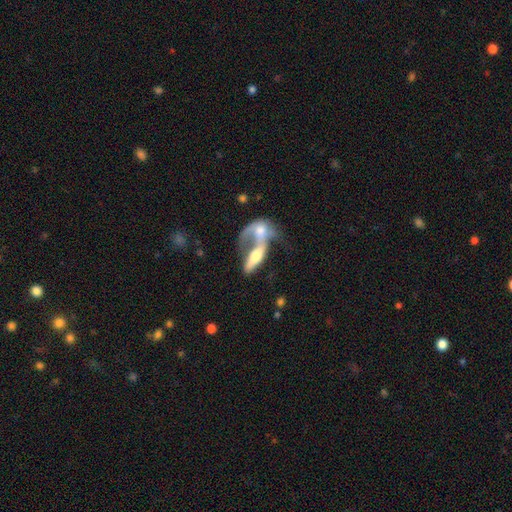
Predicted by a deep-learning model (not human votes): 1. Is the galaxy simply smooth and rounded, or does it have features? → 47% featured or disk, 46% smooth, 7% star or artifact.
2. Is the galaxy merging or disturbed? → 74% merger, 11% major disturbance, 9% none, 5% minor disturbance.